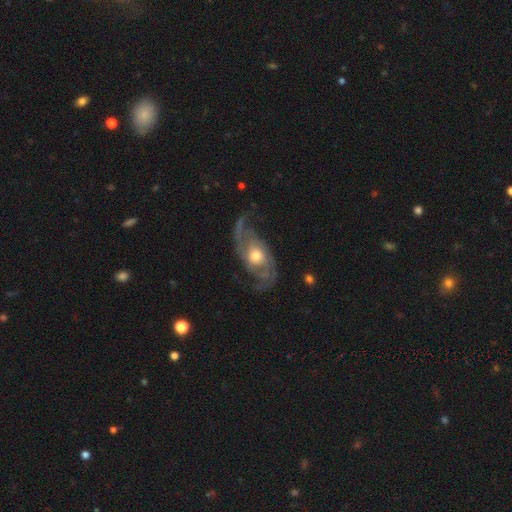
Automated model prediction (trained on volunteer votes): This appears to be a featured or disk galaxy (86%) with no bar (71%), 2 (74%) medium (41%) spiral arms (94%) and a moderate central bulge (70%). Merging: none (60%).